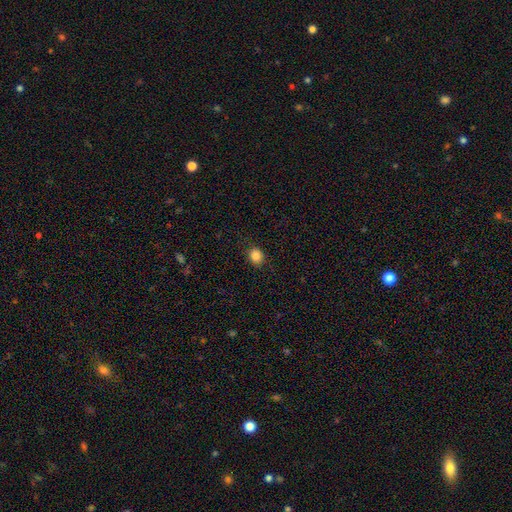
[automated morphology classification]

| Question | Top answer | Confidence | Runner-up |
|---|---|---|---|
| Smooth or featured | smooth | 86% | star or artifact (10%) |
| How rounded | round | 64% | in between (35%) |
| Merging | none | 87% | minor disturbance (10%) |